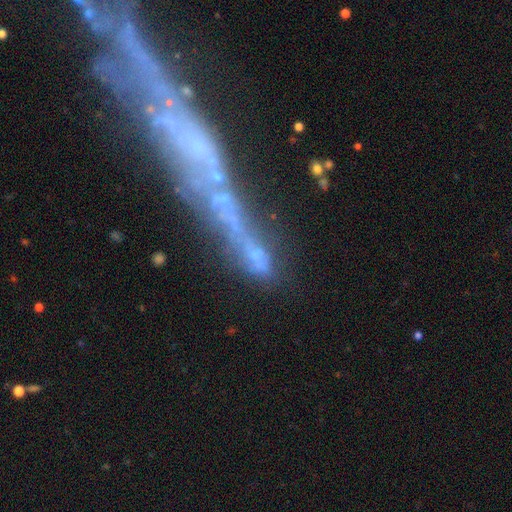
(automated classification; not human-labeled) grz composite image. It shows a featured or disk galaxy (42%). Merging: merger (34%).